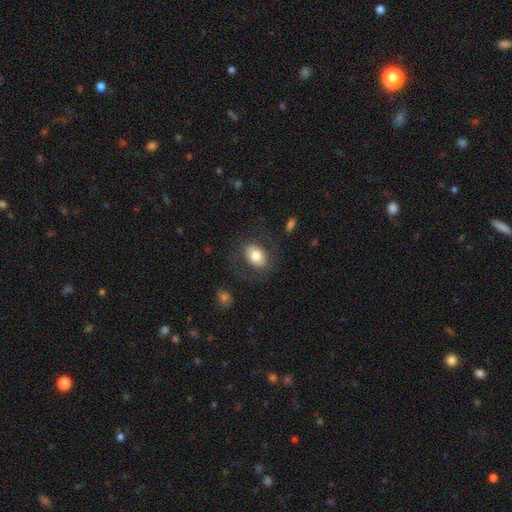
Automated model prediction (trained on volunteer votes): A smooth galaxy with no disk features (69%) that is in between round and cigar-shaped (77%).

Vote fractions:
- Smooth or featured? smooth: 69% / featured or disk: 24% / star or artifact: 7%
- How rounded? in between: 77% / round: 22% / cigar-shaped: 1%
- Merging? none: 75% / minor disturbance: 13% / major disturbance: 11% / merger: 2%